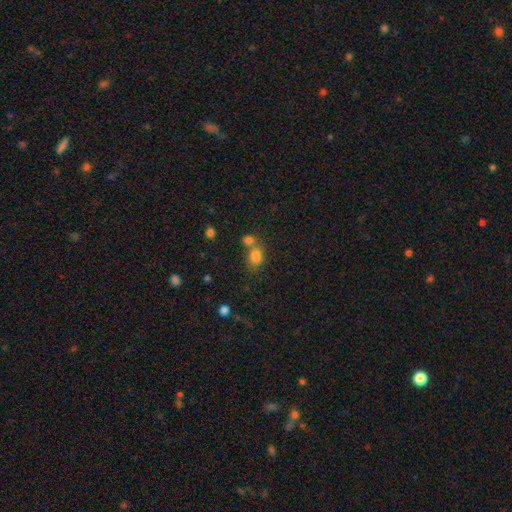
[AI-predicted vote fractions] Smooth or featured? smooth (79%)
How rounded? in between (57%)
Merging? merger (43%)